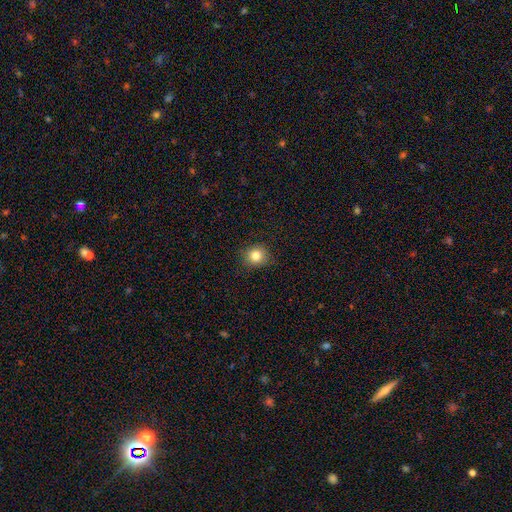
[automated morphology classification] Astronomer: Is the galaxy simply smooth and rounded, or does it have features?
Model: smooth — 82%.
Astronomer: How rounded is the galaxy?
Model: round — 82%.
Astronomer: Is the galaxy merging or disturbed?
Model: none — 87%.